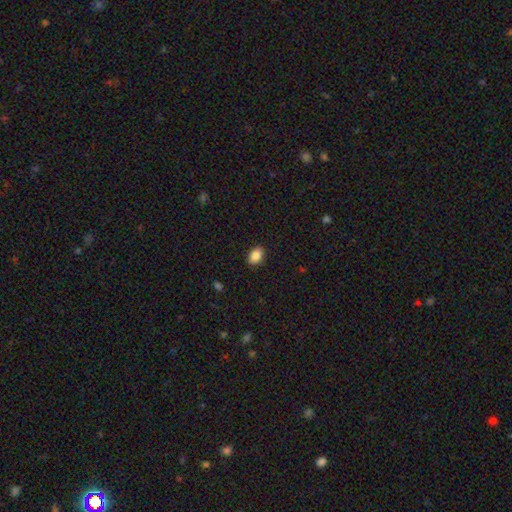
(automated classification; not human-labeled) Q: Smooth or featured?
A: smooth (87%); runner-up: star or artifact (8%)
Q: How rounded?
A: in between (83%); runner-up: round (15%)
Q: Merging?
A: none (89%); runner-up: minor disturbance (8%)